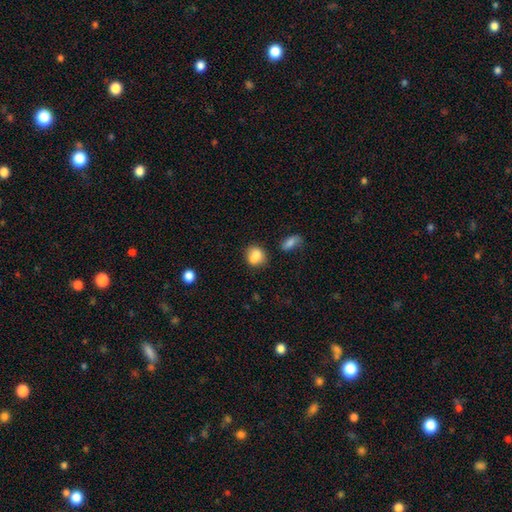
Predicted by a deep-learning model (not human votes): smooth_or_featured: smooth (p=0.77) [alt: featured or disk p=0.14]
how_rounded: round (p=0.69) [alt: in between p=0.30]
merging: none (p=0.46) [alt: merger p=0.34]